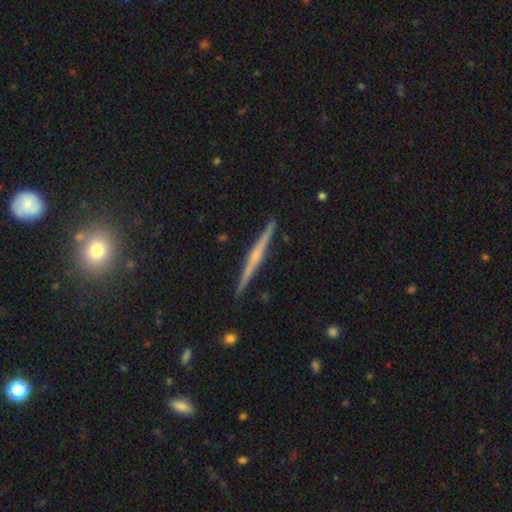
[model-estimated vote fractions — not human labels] Morphology: type=featured or disk (76%); edge-on=yes (99%); edge-on bulge=rounded (63%); merging=none (92%).